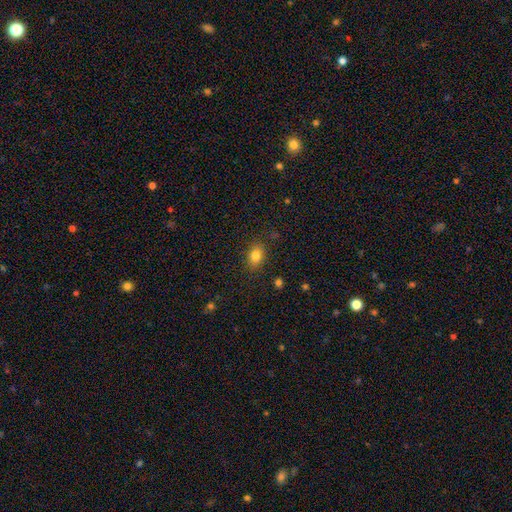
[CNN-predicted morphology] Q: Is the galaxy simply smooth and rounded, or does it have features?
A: smooth — 82%.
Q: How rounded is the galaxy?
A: in between — 75%.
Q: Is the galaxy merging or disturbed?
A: none — 85%.